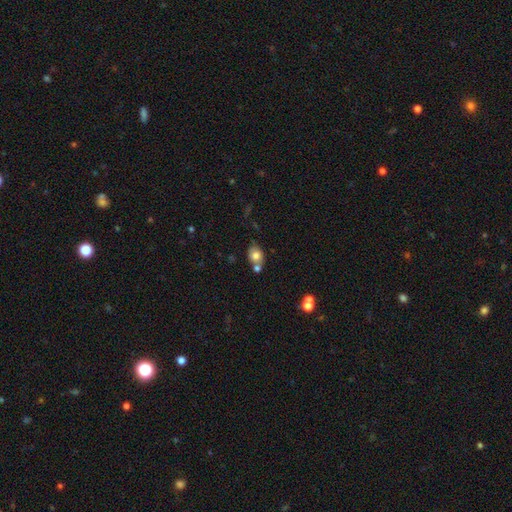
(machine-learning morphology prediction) Smooth or featured: smooth — 75% (featured or disk — 15%)
How rounded: in between — 53% (round — 46%)
Merging: none — 51% (merger — 31%)